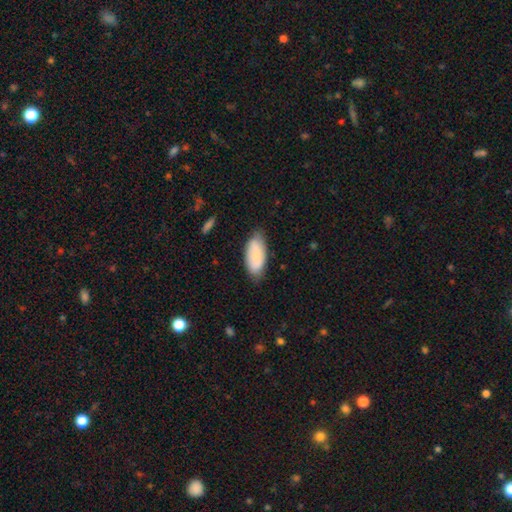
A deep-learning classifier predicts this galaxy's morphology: This appears to be a smooth galaxy with no disk features (73%) that is in between round and cigar-shaped (91%). Merging: none (74%).